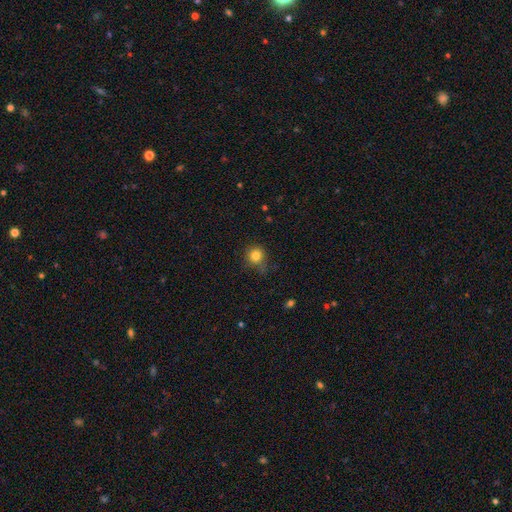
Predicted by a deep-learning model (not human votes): smooth 81%, star or artifact 12%, featured or disk 6%. Down the decision tree: how rounded — round (90%); merging — none (73%).